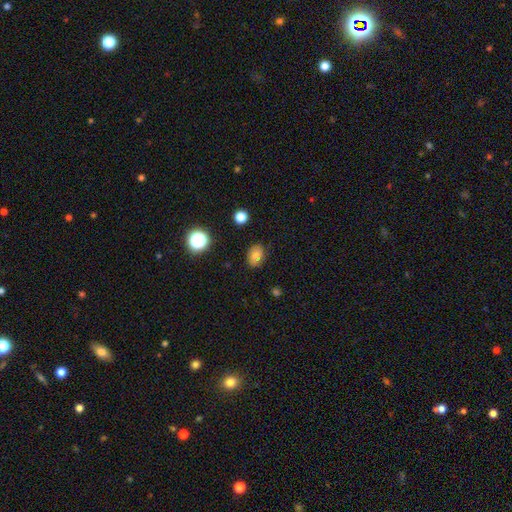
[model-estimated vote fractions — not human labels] Q: Smooth or featured?
A: smooth (76%); runner-up: star or artifact (14%)
Q: How rounded?
A: in between (74%); runner-up: round (24%)
Q: Merging?
A: none (81%); runner-up: minor disturbance (14%)